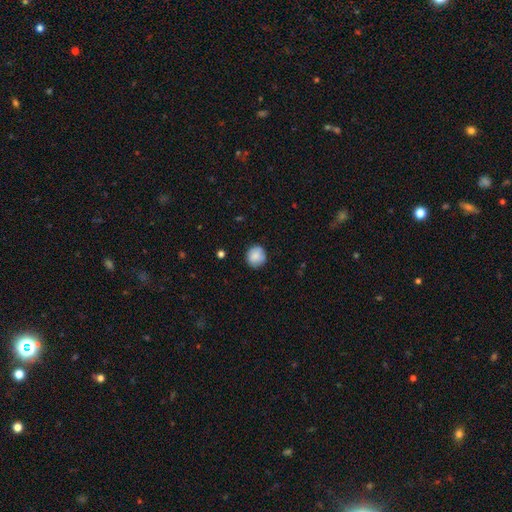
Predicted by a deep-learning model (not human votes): A smooth galaxy with no disk features (84%) that is round (89%). Merging: none (83%).